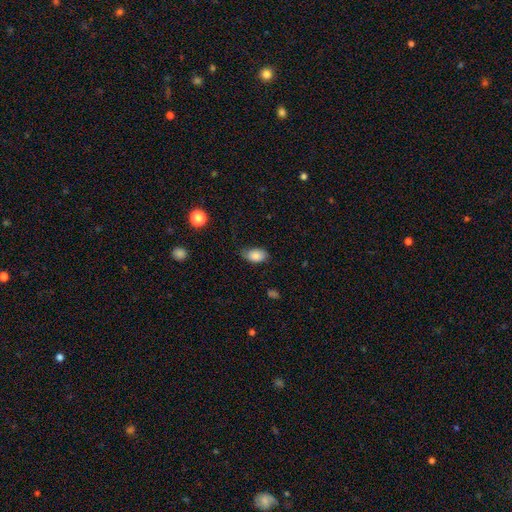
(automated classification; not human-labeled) Q: Smooth or featured?
A: smooth (84%); runner-up: featured or disk (8%)
Q: How rounded?
A: in between (90%); runner-up: round (9%)
Q: Merging?
A: none (64%); runner-up: minor disturbance (29%)